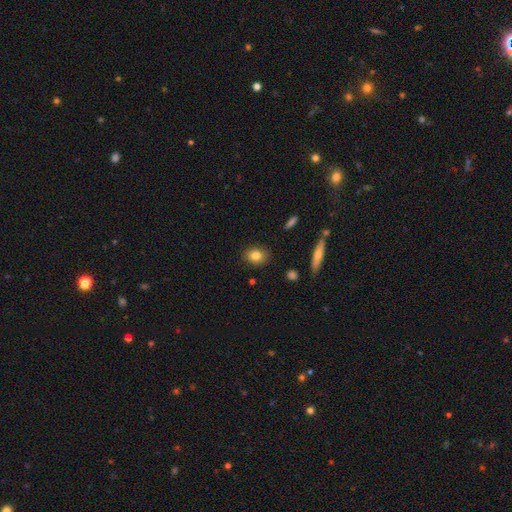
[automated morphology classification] Smooth or featured: smooth — 80% (featured or disk — 11%)
How rounded: round — 50% (in between — 48%)
Merging: none — 88% (minor disturbance — 8%)